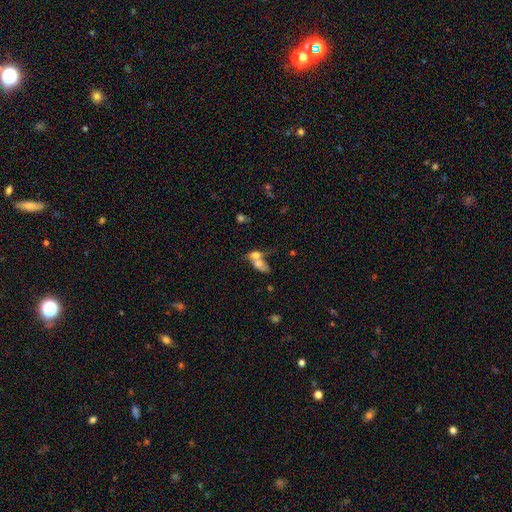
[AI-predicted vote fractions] Morphology: type=smooth (63%); roundness=in between (71%); merging=merger (71%).